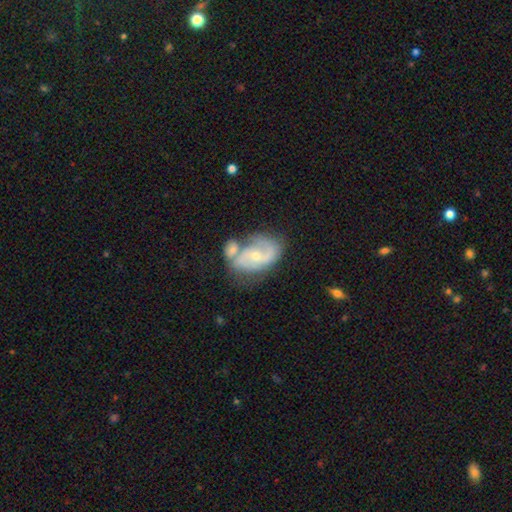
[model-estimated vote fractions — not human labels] This appears to be a featured or disk galaxy (73%) with no bar (62%), 2 (73%) medium (43%) spiral arms (83%) and a small central bulge (55%). Merging: none (36%).